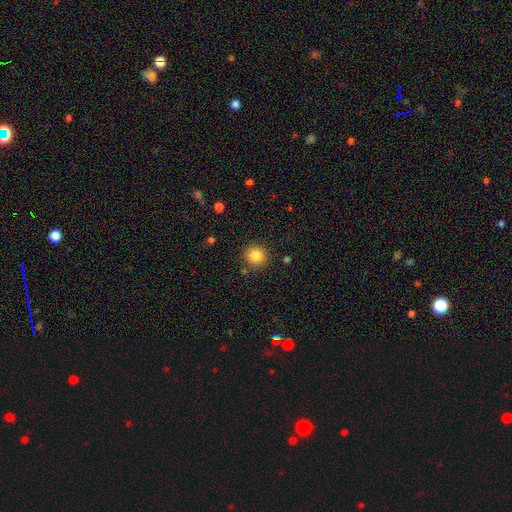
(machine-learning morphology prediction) type=smooth (84%); roundness=round (93%); merging=none (87%).